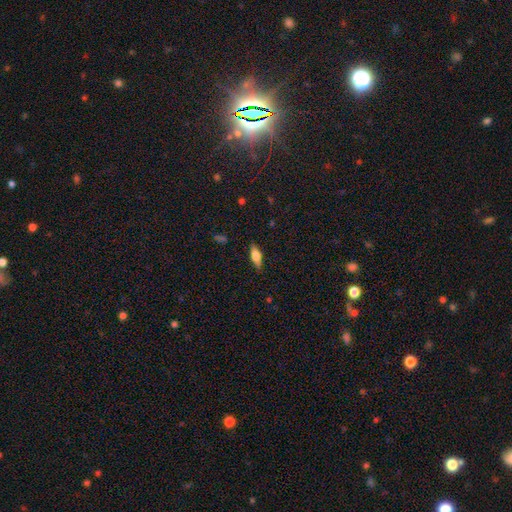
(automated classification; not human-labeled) smooth_or_featured: smooth (p=0.60) [alt: featured or disk p=0.33]
how_rounded: in between (p=0.65) [alt: cigar-shaped p=0.32]
merging: none (p=0.85) [alt: minor disturbance p=0.11]